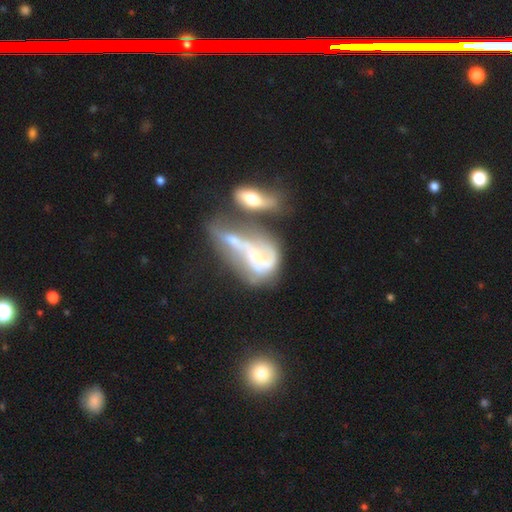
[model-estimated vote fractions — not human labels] Smooth or featured?
  - featured or disk: 73% *
  - smooth: 18%
  - star or artifact: 9%
Edge-on disk?
  - no: 93% *
  - yes: 7%
Bar?
  - no: 58% *
  - weak: 29%
  - strong: 13%
Spiral arms?
  - yes: 75% *
  - no: 25%
Spiral winding?
  - loose: 43% *
  - medium: 37%
  - tight: 20%
Spiral arm count?
  - 2: 57% *
  - can't tell: 23%
  - 1: 9%
  - 3: 7%
  - 4: 2%
  - more than 4: 2%
Bulge size?
  - small: 55% *
  - moderate: 32%
  - none: 8%
  - large: 3%
  - dominant: 1%
Merging?
  - merger: 58% *
  - major disturbance: 18%
  - none: 15%
  - minor disturbance: 10%